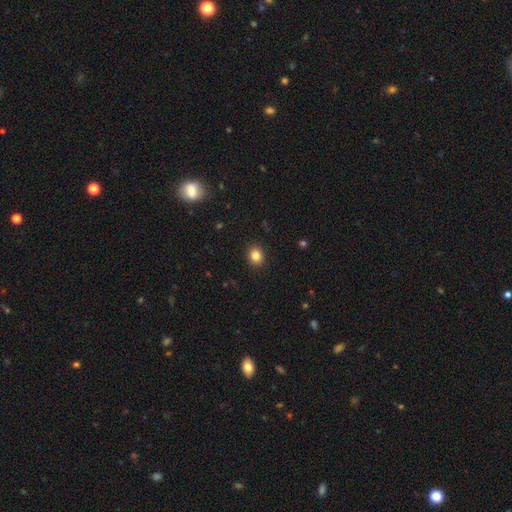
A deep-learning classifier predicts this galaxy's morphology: Overall: smooth (84%). How rounded: round (69%; in between 31%). Merging: none (91%).